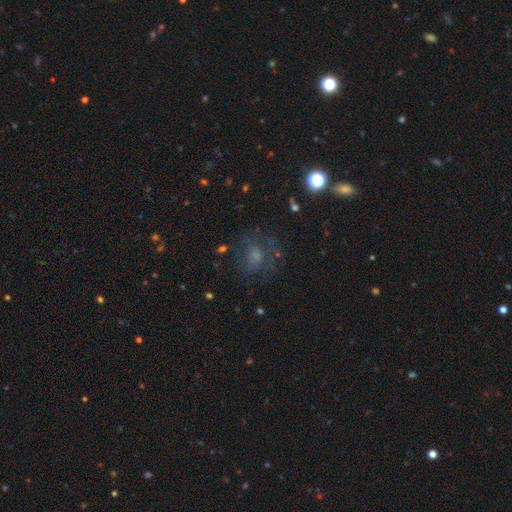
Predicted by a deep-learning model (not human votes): A smooth galaxy with no disk features (47%).

Vote fractions:
- Smooth or featured? smooth: 47% / featured or disk: 30% / star or artifact: 22%
- Merging? none: 57% / major disturbance: 21% / minor disturbance: 19% / merger: 3%